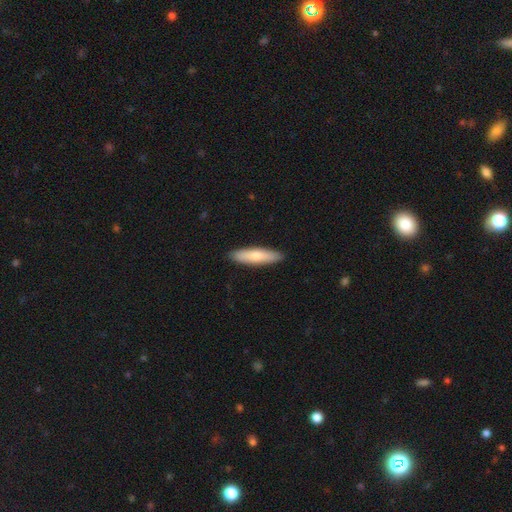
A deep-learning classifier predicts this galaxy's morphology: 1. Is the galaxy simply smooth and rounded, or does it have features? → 75% smooth, 20% featured or disk, 5% star or artifact.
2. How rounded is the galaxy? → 76% cigar-shaped, 23% in between, 1% round.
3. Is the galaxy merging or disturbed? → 91% none, 7% minor disturbance, 1% major disturbance, 1% merger.